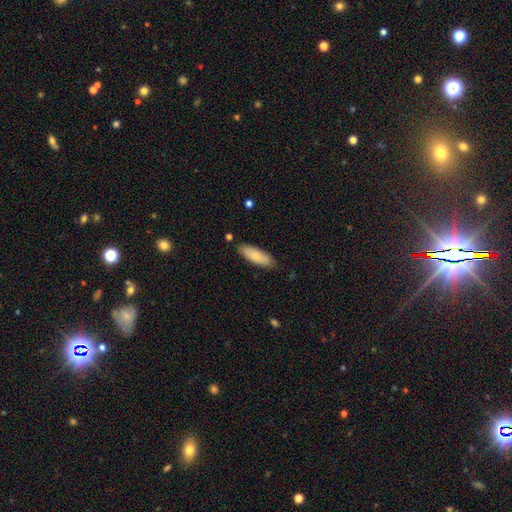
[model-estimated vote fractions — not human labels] Smooth or featured: smooth — 77% (featured or disk — 17%)
How rounded: in between — 63% (cigar-shaped — 35%)
Merging: none — 83% (minor disturbance — 13%)